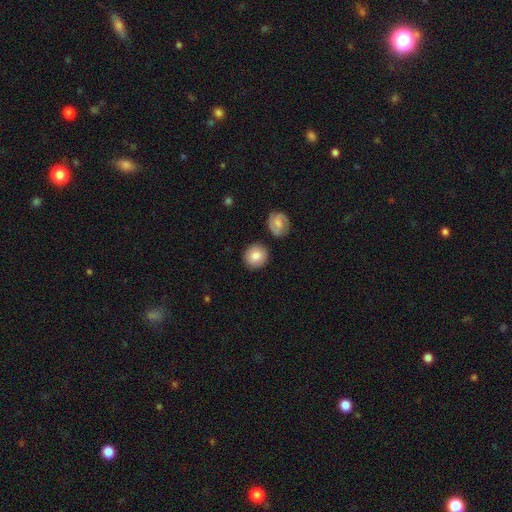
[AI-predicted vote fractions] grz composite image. It shows a smooth galaxy with no disk features (80%) that is round (90%). Merging: none (85%).